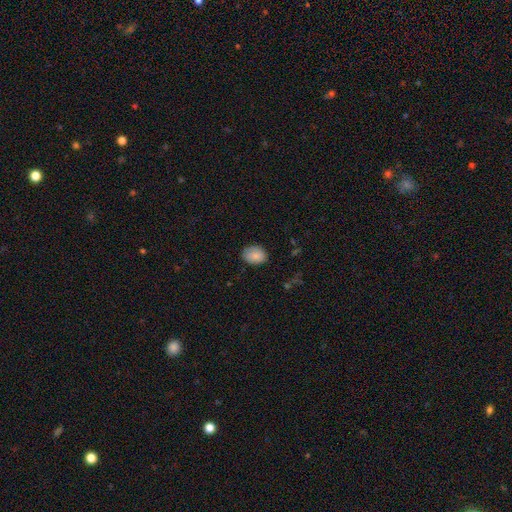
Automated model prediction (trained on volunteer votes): A smooth galaxy with no disk features (86%) that is in between round and cigar-shaped (66%). Merging: none (78%).